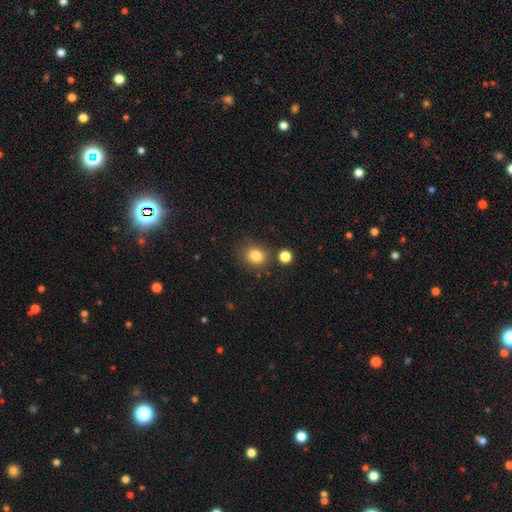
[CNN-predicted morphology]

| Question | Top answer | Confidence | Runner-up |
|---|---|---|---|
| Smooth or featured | smooth | 82% | star or artifact (11%) |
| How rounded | round | 70% | in between (29%) |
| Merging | none | 76% | minor disturbance (13%) |